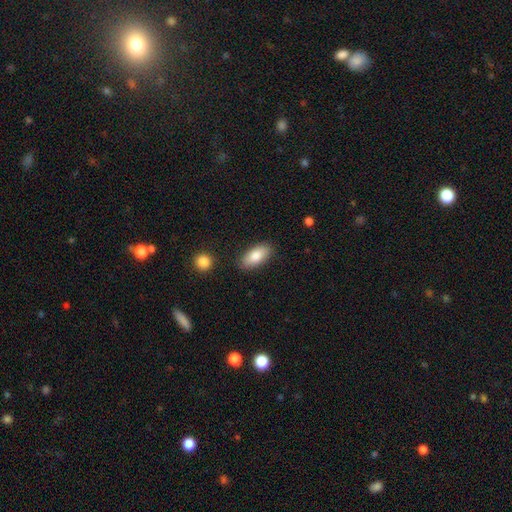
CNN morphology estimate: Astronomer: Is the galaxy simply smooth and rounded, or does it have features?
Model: smooth — 82%.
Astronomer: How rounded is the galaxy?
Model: in between — 87%.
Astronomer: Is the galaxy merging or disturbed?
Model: none — 84%.